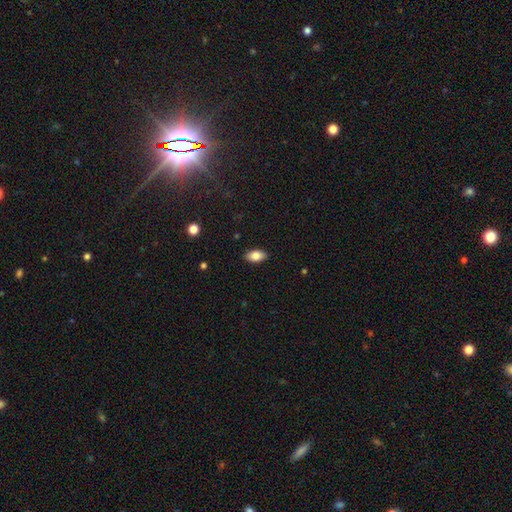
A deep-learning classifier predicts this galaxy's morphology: This is clearly a smooth galaxy (84%). How rounded: clearly in between (92%). Merging: clearly none (89%).